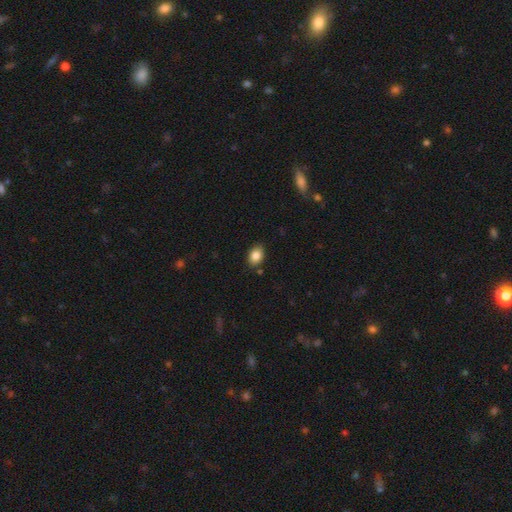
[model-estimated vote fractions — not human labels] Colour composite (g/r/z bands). It shows a smooth galaxy with no disk features (85%) that is in between round and cigar-shaped (79%). Merging: none (84%).